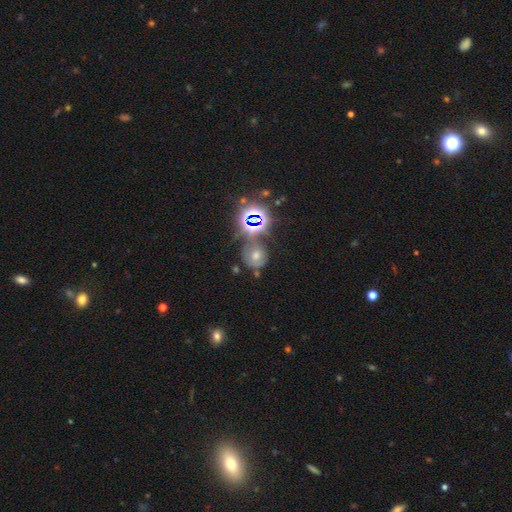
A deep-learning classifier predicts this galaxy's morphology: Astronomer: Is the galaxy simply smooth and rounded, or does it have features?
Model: star or artifact — 48% (runner-up: smooth, 29%).